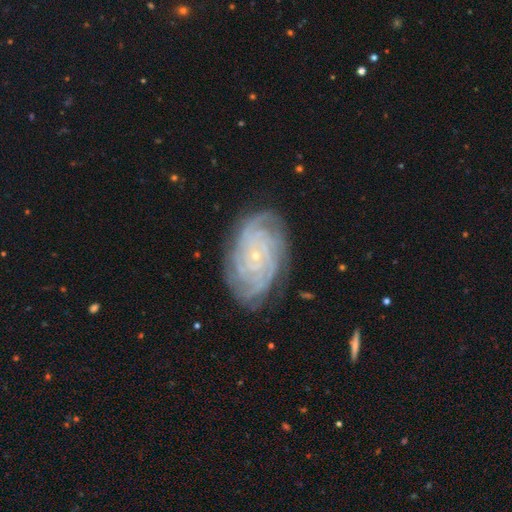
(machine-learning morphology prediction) This appears to be a featured or disk galaxy (88%) with no bar (79%), 4 (27%) tight (81%) spiral arms (98%) and a small central bulge (86%). Merging: none (81%).